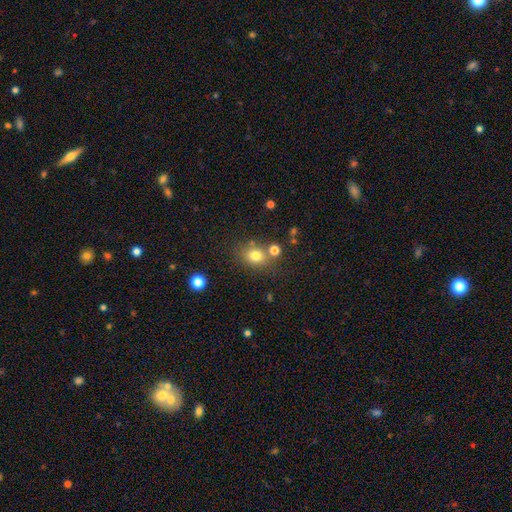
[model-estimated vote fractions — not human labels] Smooth or featured? smooth (76%)
How rounded? round (57%)
Merging? none (68%)